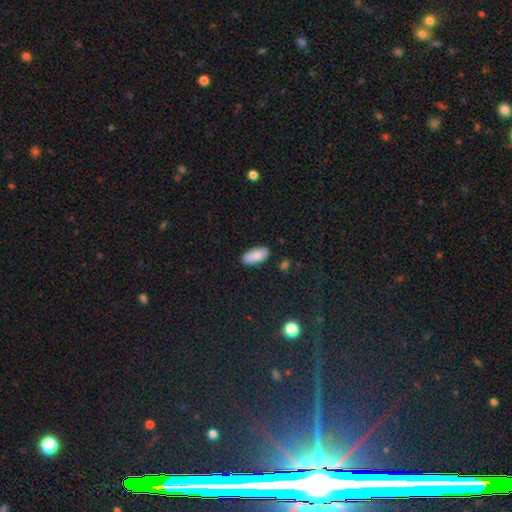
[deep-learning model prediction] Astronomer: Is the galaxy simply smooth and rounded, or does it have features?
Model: smooth — 82%.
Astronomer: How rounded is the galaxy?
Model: in between — 87%.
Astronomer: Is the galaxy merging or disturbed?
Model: none — 82%.